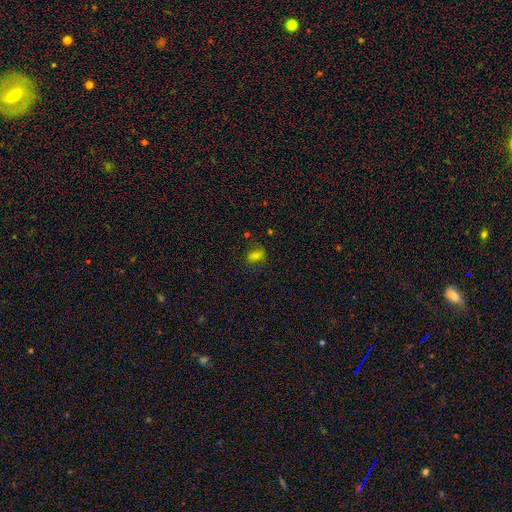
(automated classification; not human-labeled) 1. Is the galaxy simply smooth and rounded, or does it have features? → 63% smooth, 19% featured or disk, 18% star or artifact.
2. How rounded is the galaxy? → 63% in between, 35% round, 2% cigar-shaped.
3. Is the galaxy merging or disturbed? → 69% none, 20% minor disturbance, 9% major disturbance, 2% merger.